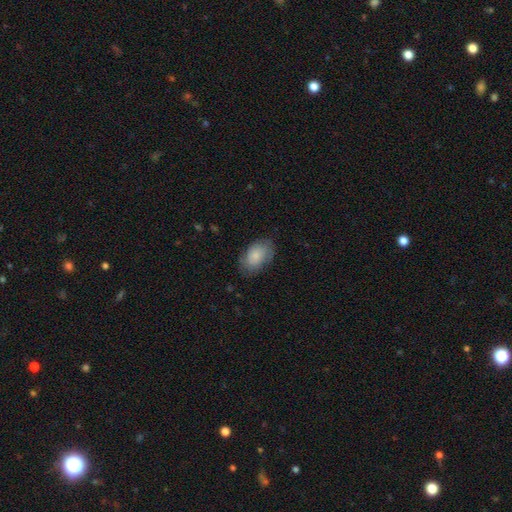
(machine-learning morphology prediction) smooth-or-featured: smooth: 74% | featured or disk: 20% | star or artifact: 7%
  how-rounded: in between: 90% | round: 9% | cigar-shaped: 1%
  merging: none: 71% | minor disturbance: 22% | major disturbance: 7% | merger: 1%